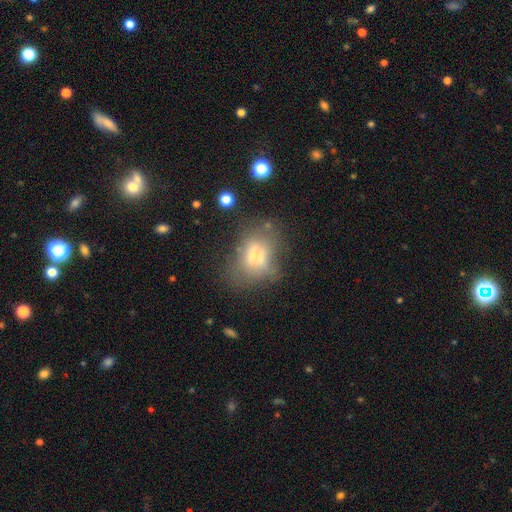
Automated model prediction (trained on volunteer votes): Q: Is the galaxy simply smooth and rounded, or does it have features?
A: smooth — 55%.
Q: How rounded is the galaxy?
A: in between — 69%.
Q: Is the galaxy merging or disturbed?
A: none — 39%.